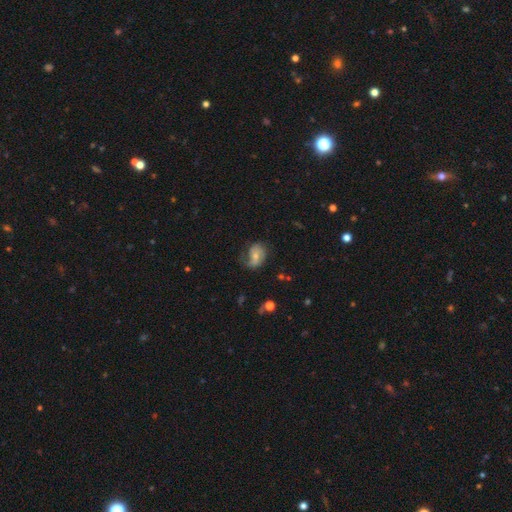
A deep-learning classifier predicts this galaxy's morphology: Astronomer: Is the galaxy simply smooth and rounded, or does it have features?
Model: featured or disk — 58% (runner-up: smooth, 34%).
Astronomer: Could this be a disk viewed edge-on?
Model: no — 96%.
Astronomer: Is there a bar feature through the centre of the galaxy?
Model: no — 62%.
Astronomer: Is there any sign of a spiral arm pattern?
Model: yes — 83%.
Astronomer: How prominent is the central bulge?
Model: small — 49% (runner-up: moderate, 44%).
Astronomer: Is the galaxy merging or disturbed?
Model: none — 49% (runner-up: minor disturbance, 28%).